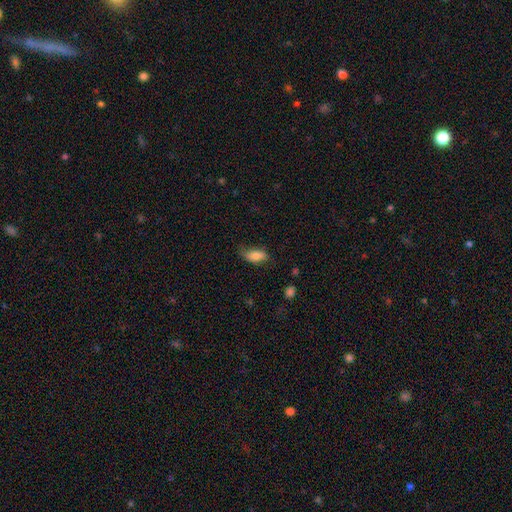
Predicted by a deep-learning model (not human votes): This appears to be a smooth galaxy with no disk features (79%) that is in between round and cigar-shaped (89%). Merging: none (59%).